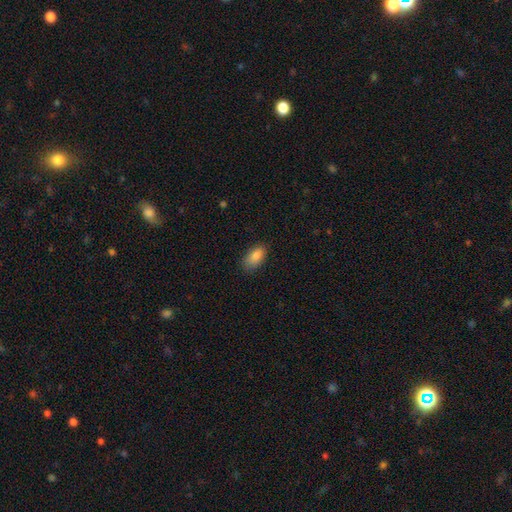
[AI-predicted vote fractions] Morphology: type=smooth (85%); roundness=in between (91%); merging=none (81%).